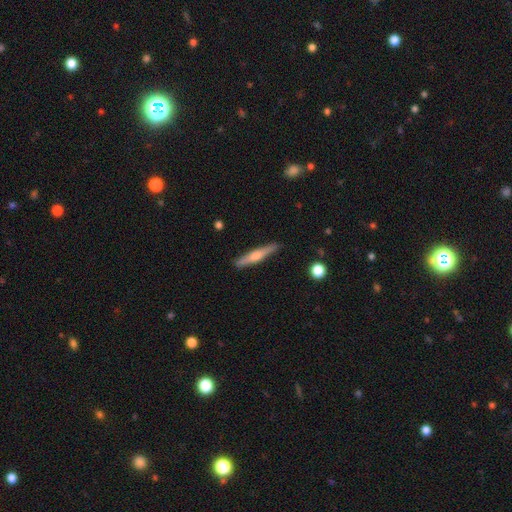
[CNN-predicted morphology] smooth-or-featured: featured or disk: 57% | smooth: 37% | star or artifact: 6%
  disk-edge-on: yes: 96% | no: 4%
    edge-on-bulge: rounded: 84% | none: 11% | boxy: 5%
  merging: none: 89% | minor disturbance: 8% | major disturbance: 2% | merger: 1%